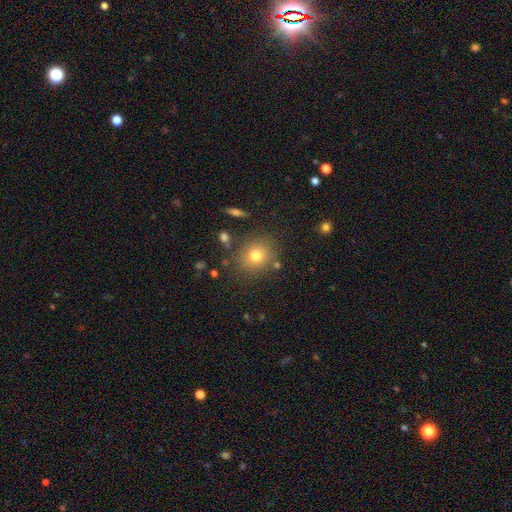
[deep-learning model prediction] smooth 75%, star or artifact 14%, featured or disk 11%. Down the decision tree: how rounded — round (78%); merging — none (82%).